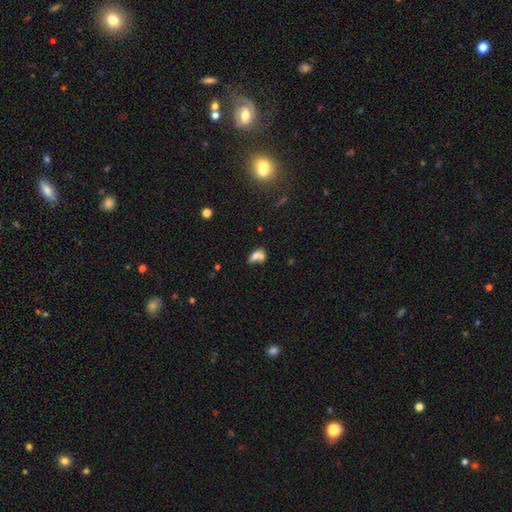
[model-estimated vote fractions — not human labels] Smooth or featured?
  - smooth: 66% *
  - featured or disk: 23%
  - star or artifact: 11%
How rounded?
  - in between: 74% *
  - round: 18%
  - cigar-shaped: 8%
Merging?
  - merger: 58% *
  - none: 24%
  - minor disturbance: 11%
  - major disturbance: 7%